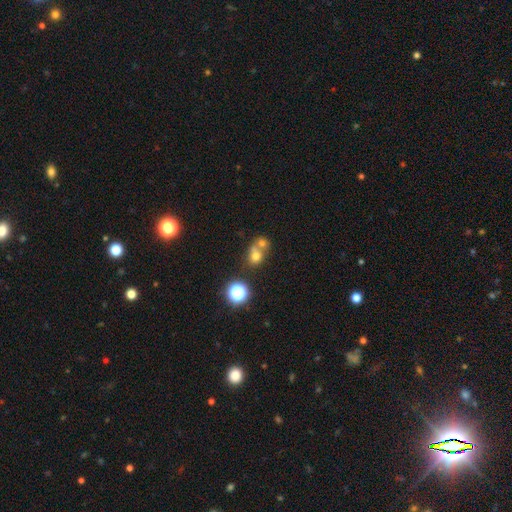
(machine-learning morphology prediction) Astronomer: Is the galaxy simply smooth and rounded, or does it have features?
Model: smooth — 66%.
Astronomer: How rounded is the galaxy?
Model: round — 70%.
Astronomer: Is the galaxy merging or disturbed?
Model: merger — 58%.